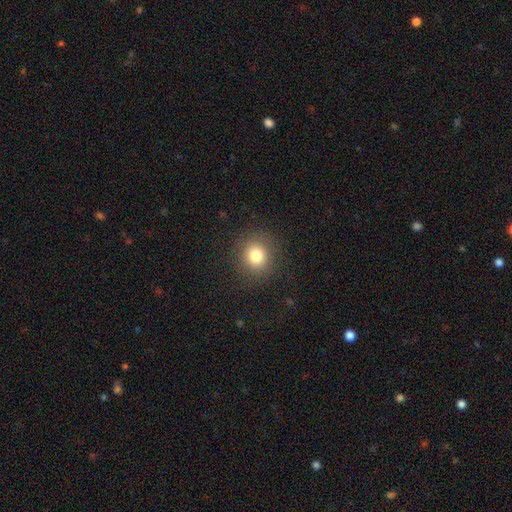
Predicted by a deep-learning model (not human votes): The model was most divided on "smooth or featured": smooth: 80%, star or artifact: 13%, featured or disk: 8%. More confident: merging — none (88%); how rounded — round (88%).